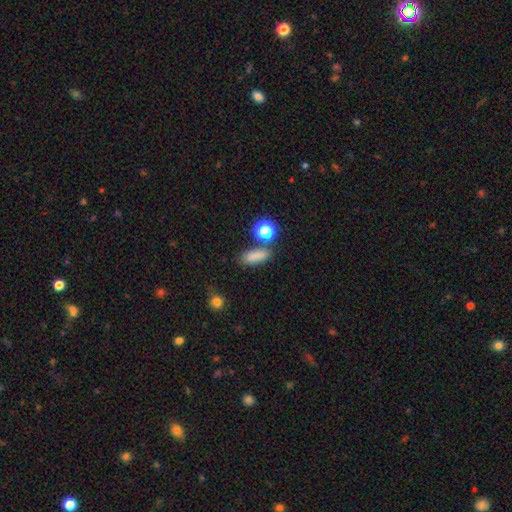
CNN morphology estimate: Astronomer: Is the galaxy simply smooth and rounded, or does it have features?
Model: smooth — 79%.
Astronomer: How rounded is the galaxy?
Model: in between — 58%.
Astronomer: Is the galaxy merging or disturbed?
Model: none — 74%.